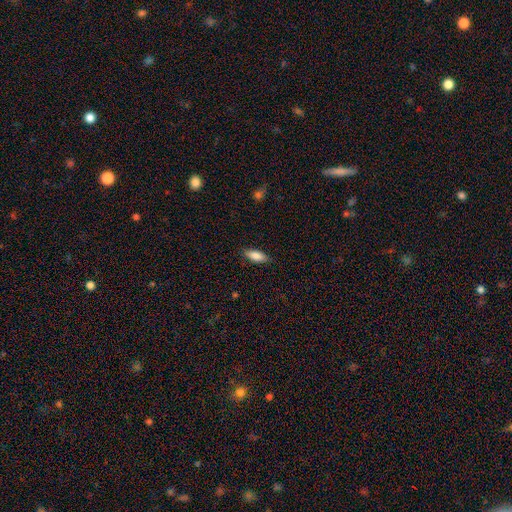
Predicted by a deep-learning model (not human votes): A smooth galaxy with no disk features (84%) that is in between round and cigar-shaped (76%).

Vote fractions:
- Smooth or featured? smooth: 84% / featured or disk: 9% / star or artifact: 6%
- How rounded? in between: 76% / cigar-shaped: 22% / round: 2%
- Merging? none: 85% / minor disturbance: 12% / major disturbance: 2% / merger: 1%